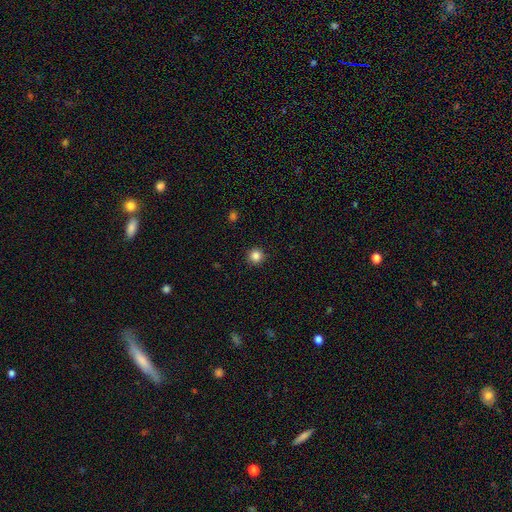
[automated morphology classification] smooth_or_featured: smooth (p=0.85) [alt: star or artifact p=0.11]
how_rounded: round (p=0.96) [alt: in between p=0.03]
merging: none (p=0.93) [alt: minor disturbance p=0.05]